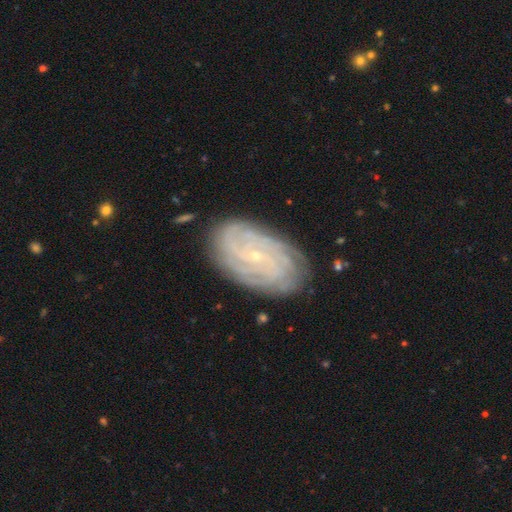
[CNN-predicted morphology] The model was most divided on "spiral arm count": can't tell: 32%, 4: 20%, more than 4: 18%, 3: 12%, 2: 11%, 1: 7%. More confident: edge-on disk — no (96%); spiral arms — yes (96%); bulge size — small (87%); smooth or featured — featured or disk (83%); merging — none (82%); spiral winding — tight (80%); bar — no (67%).